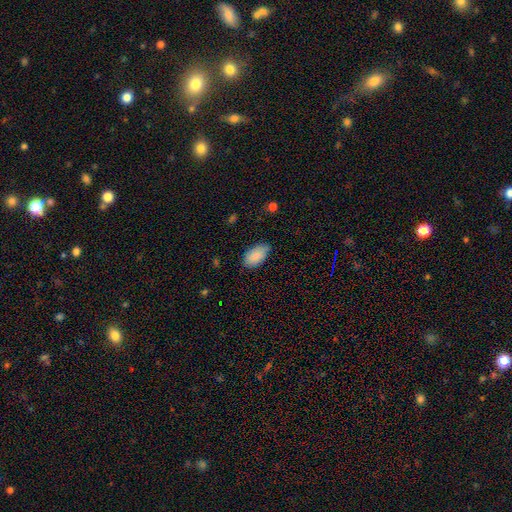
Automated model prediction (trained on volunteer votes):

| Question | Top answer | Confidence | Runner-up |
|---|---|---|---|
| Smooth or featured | smooth | 86% | featured or disk (7%) |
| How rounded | in between | 94% | round (4%) |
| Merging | none | 66% | minor disturbance (28%) |